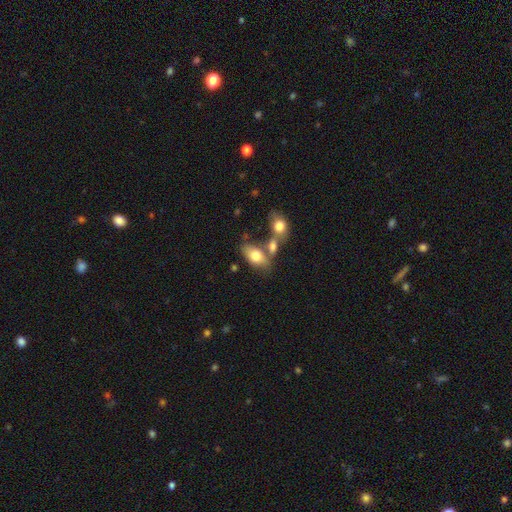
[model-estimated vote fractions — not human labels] smooth-or-featured: smooth: 75% | featured or disk: 18% | star or artifact: 7%
  how-rounded: in between: 90% | round: 6% | cigar-shaped: 4%
  merging: none: 44% | merger: 37% | minor disturbance: 13% | major disturbance: 5%